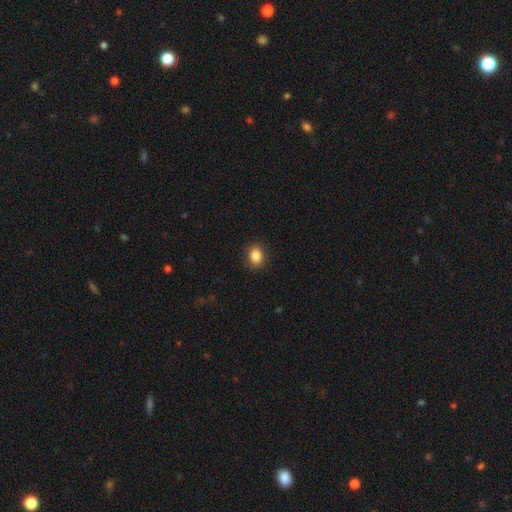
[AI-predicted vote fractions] Smooth or featured: smooth — 86% (star or artifact — 9%)
How rounded: in between — 52% (round — 47%)
Merging: none — 88% (minor disturbance — 9%)